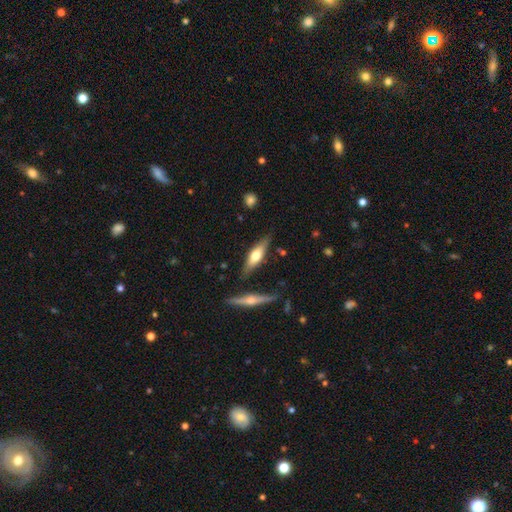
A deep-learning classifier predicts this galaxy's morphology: smooth 48%, featured or disk 46%, star or artifact 6%. Down the decision tree: merging — none (78%).